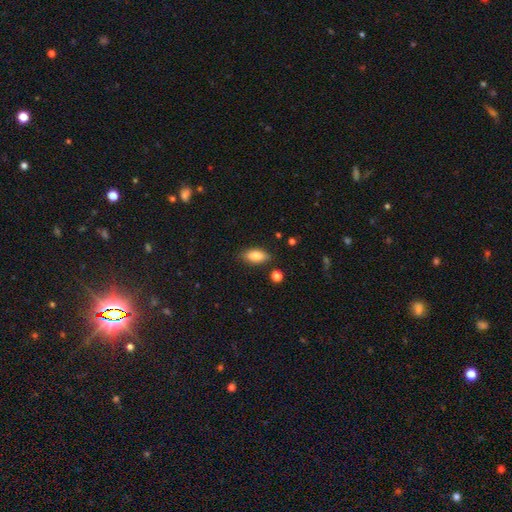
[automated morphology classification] Smooth or featured: smooth — 81% (featured or disk — 12%)
How rounded: in between — 85% (cigar-shaped — 11%)
Merging: none — 82% (minor disturbance — 13%)